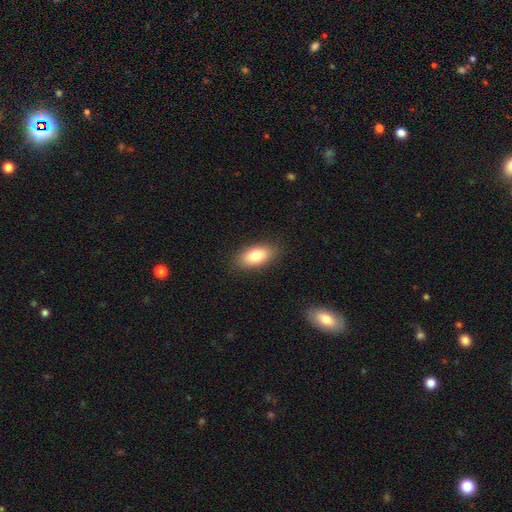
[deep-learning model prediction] A smooth galaxy with no disk features (81%) that is in between round and cigar-shaped (90%). Merging: none (87%).